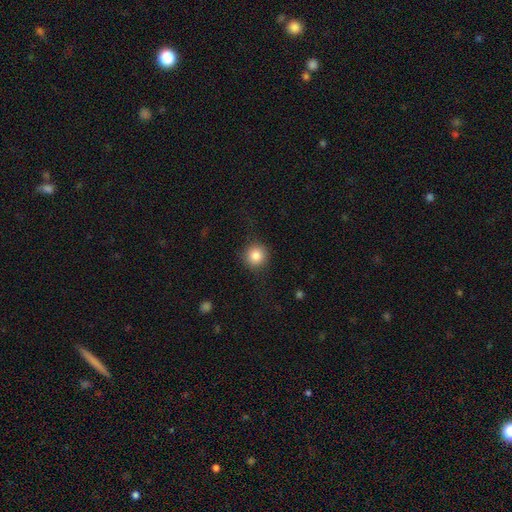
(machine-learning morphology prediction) Smooth or featured? smooth (84%)
How rounded? round (94%)
Merging? none (87%)